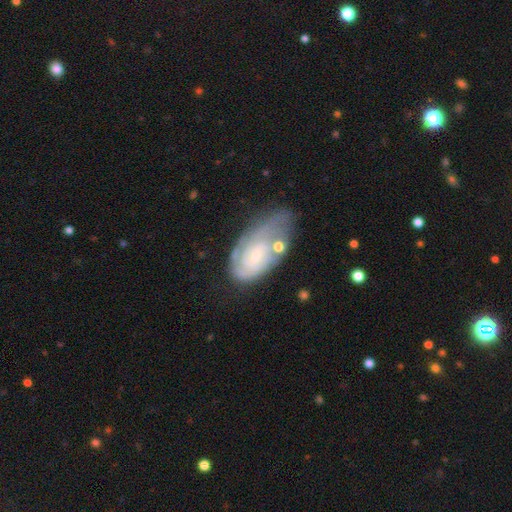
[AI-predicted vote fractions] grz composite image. It shows a featured or disk galaxy (70%) with no bar (62%), tight (62%) spiral arms (84%) and a small central bulge (62%). Merging: none (37%).